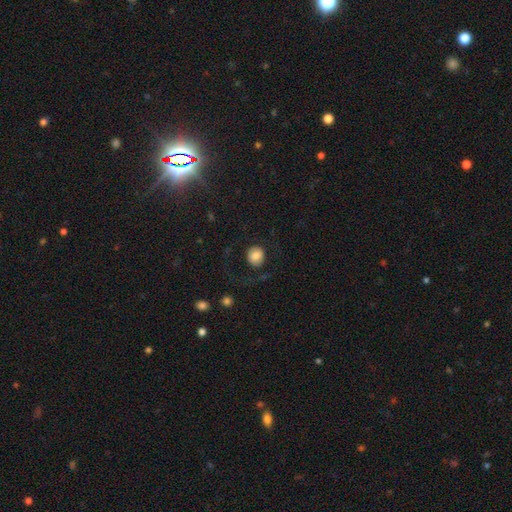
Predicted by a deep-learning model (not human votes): This is clearly a smooth galaxy (82%). How rounded: clearly round (83%). Merging: likely none (77%).